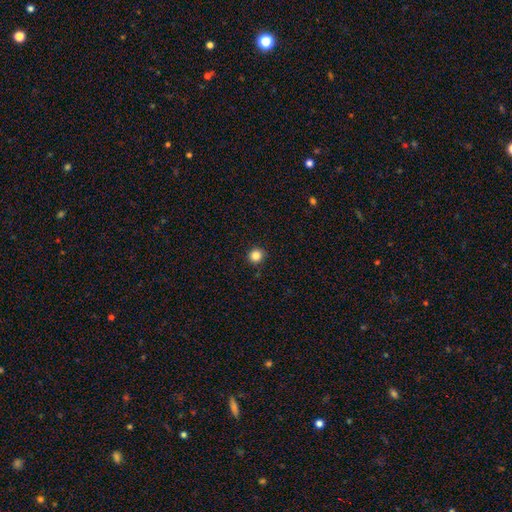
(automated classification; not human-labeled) Smooth or featured: smooth — 85% (star or artifact — 11%)
How rounded: round — 93% (in between — 6%)
Merging: none — 92% (minor disturbance — 6%)